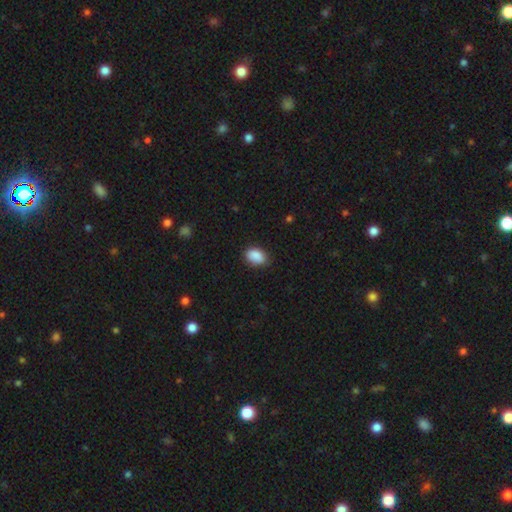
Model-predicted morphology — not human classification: smooth_or_featured: smooth (p=0.89) [alt: star or artifact p=0.07]
how_rounded: in between (p=0.86) [alt: round p=0.13]
merging: none (p=0.82) [alt: minor disturbance p=0.14]